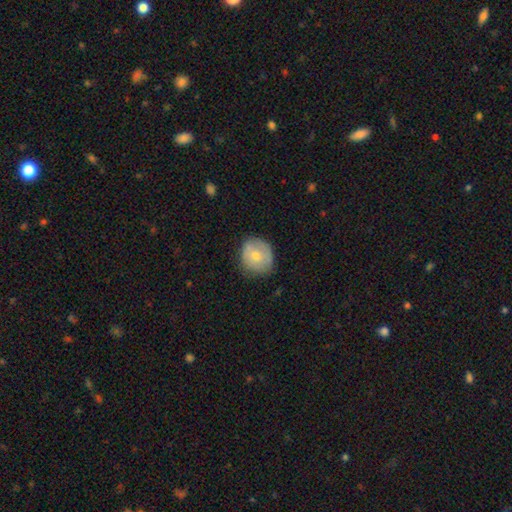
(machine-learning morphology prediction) A smooth galaxy with no disk features (66%) that is round (82%).

Vote fractions:
- Smooth or featured? smooth: 66% / featured or disk: 27% / star or artifact: 7%
- How rounded? round: 82% / in between: 17% / cigar-shaped: 1%
- Merging? none: 71% / minor disturbance: 22% / major disturbance: 5% / merger: 2%